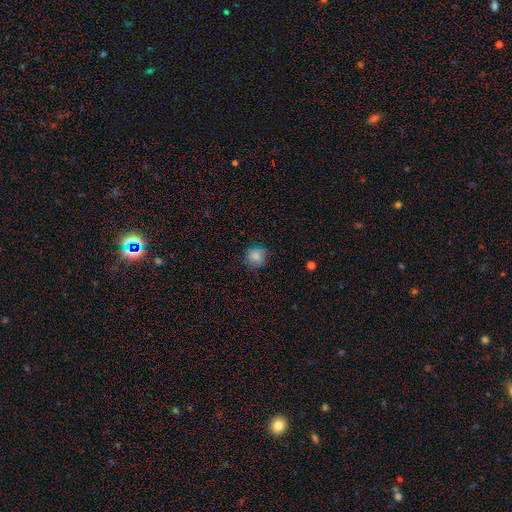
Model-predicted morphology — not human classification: Smooth or featured: smooth — 81% (star or artifact — 10%)
How rounded: round — 87% (in between — 12%)
Merging: none — 74% (minor disturbance — 20%)